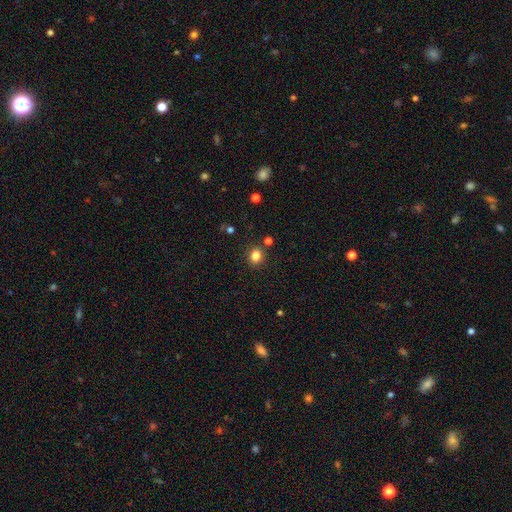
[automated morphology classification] This appears to be a smooth galaxy with no disk features (82%) that is round (69%). Merging: none (85%).